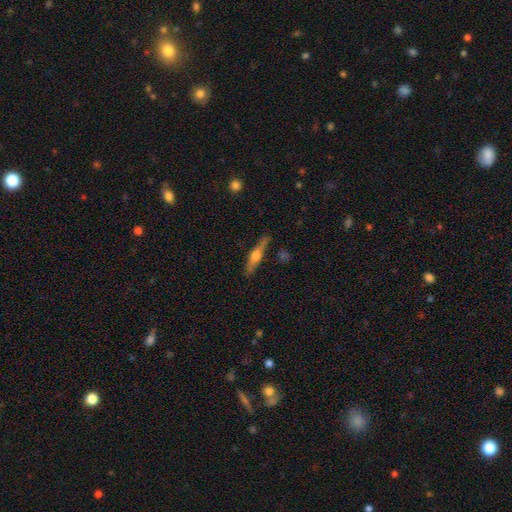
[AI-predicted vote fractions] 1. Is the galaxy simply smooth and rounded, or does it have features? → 58% featured or disk, 36% smooth, 6% star or artifact.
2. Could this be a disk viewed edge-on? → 95% yes, 5% no.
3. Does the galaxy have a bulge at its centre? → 89% rounded, 7% boxy, 4% none.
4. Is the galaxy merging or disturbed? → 83% none, 12% minor disturbance, 3% major disturbance, 2% merger.